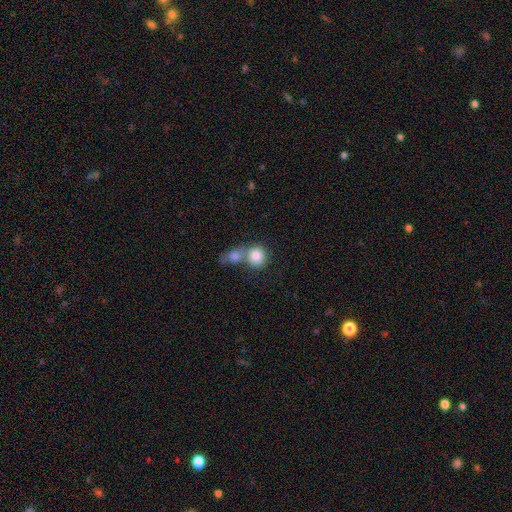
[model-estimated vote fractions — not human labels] Smooth or featured?
  - smooth: 82% *
  - featured or disk: 10%
  - star or artifact: 8%
How rounded?
  - round: 81% *
  - in between: 18%
  - cigar-shaped: 1%
Merging?
  - merger: 57% *
  - none: 32%
  - minor disturbance: 7%
  - major disturbance: 4%